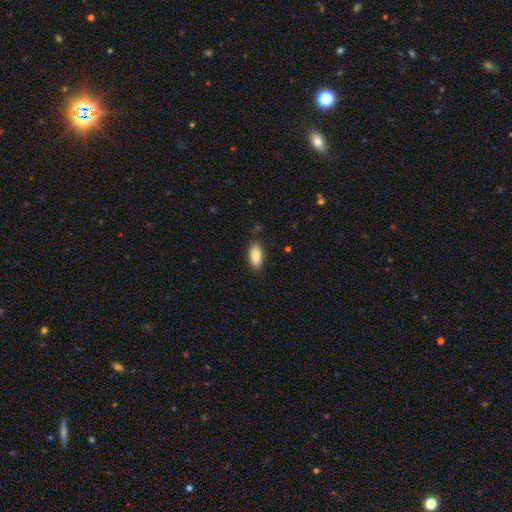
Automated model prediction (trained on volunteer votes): Smooth or featured? Predicted: smooth (p=0.85). How rounded? Predicted: in between (p=0.88). Merging? Predicted: none (p=0.84).